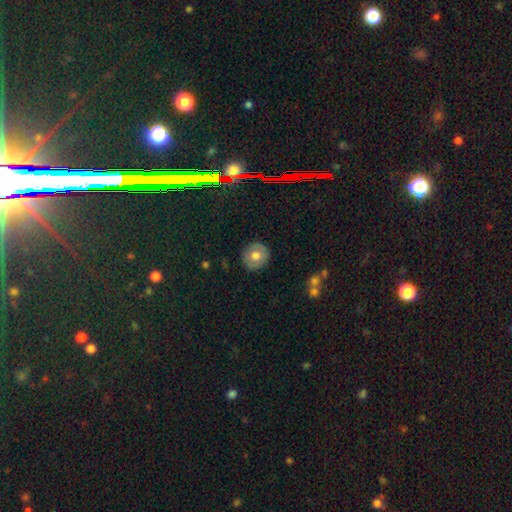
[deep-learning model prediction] Overall: smooth (67%). How rounded: round (90%). Merging: none (88%).